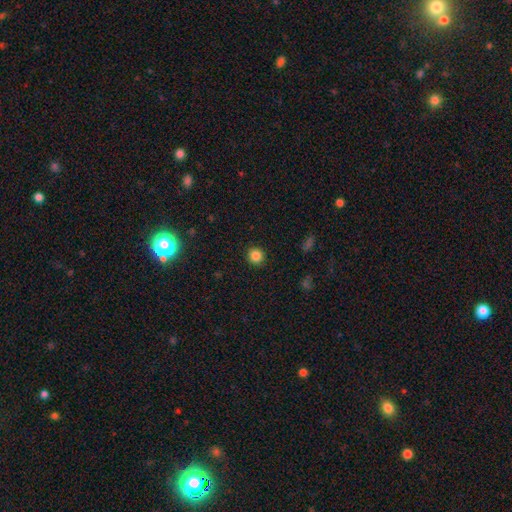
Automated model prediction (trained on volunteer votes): This is clearly a smooth galaxy (84%). How rounded: clearly round (92%). Merging: clearly none (92%).